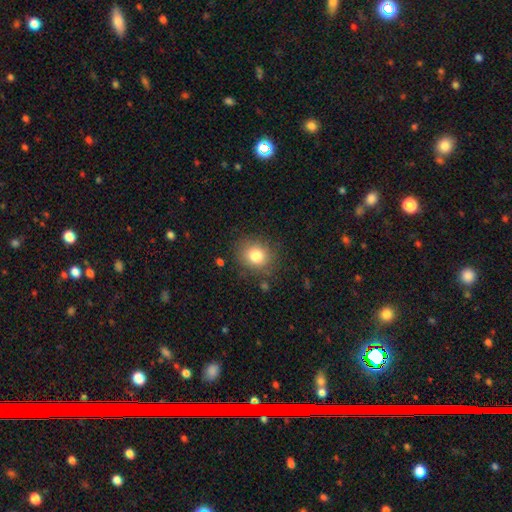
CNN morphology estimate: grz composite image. It shows a smooth galaxy with no disk features (81%) that is round (70%). Merging: none (83%).